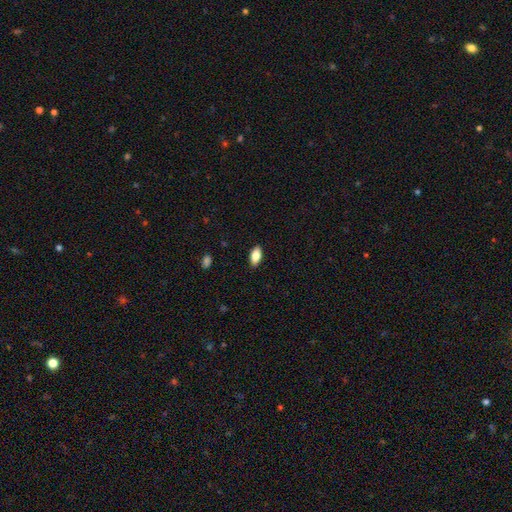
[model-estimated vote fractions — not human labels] Morphology: type=smooth (83%); roundness=in between (90%); merging=none (88%).